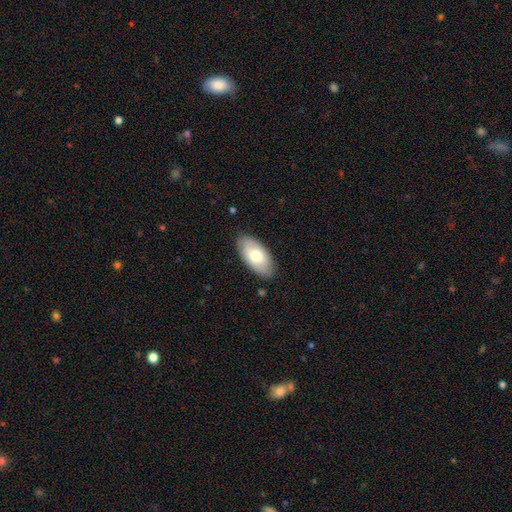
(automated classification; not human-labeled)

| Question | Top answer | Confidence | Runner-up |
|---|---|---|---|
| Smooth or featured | smooth | 69% | featured or disk (25%) |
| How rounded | in between | 94% | cigar-shaped (3%) |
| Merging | none | 85% | minor disturbance (12%) |